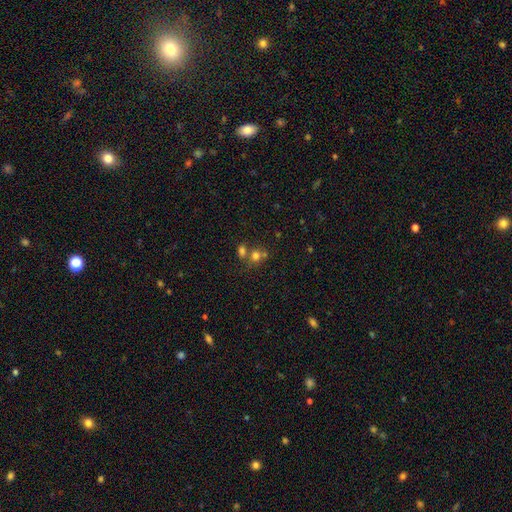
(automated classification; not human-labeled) smooth_or_featured: smooth (p=0.71) [alt: star or artifact p=0.17]
how_rounded: round (p=0.71) [alt: in between p=0.28]
merging: merger (p=0.46) [alt: none p=0.41]